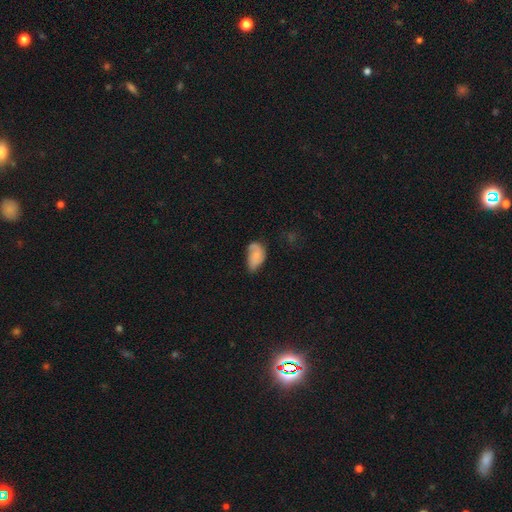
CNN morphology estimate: Overall: smooth (58%; featured or disk 34%). How rounded: in between (90%). Merging: minor disturbance (39%; none 34%).